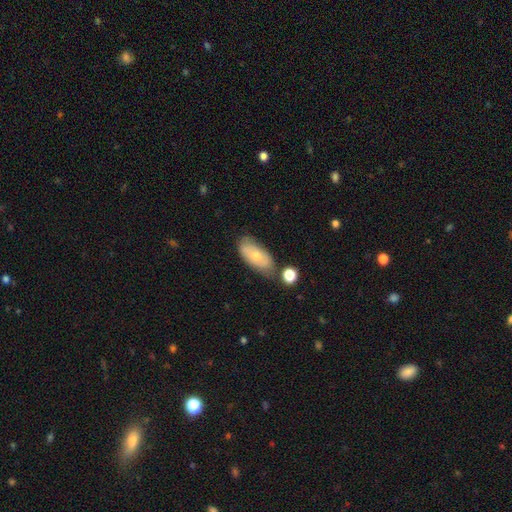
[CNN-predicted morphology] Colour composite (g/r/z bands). It shows a smooth galaxy with no disk features (66%) that is in between round and cigar-shaped (88%). Merging: none (62%).